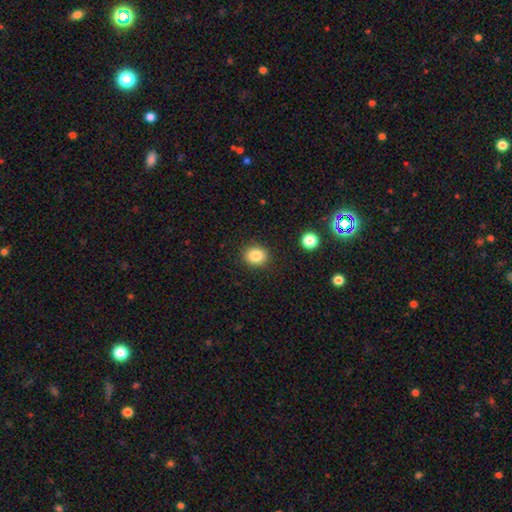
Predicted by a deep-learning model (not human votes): Smooth or featured: smooth — 84% (star or artifact — 11%)
How rounded: round — 70% (in between — 29%)
Merging: none — 89% (minor disturbance — 7%)